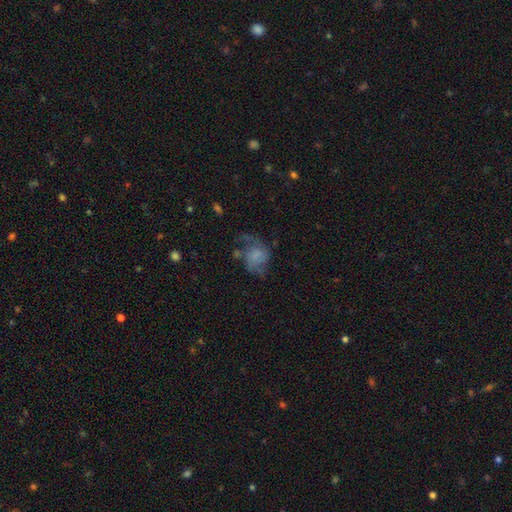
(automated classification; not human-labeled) Morphology: type=featured or disk (50%); merging=major disturbance (37%).